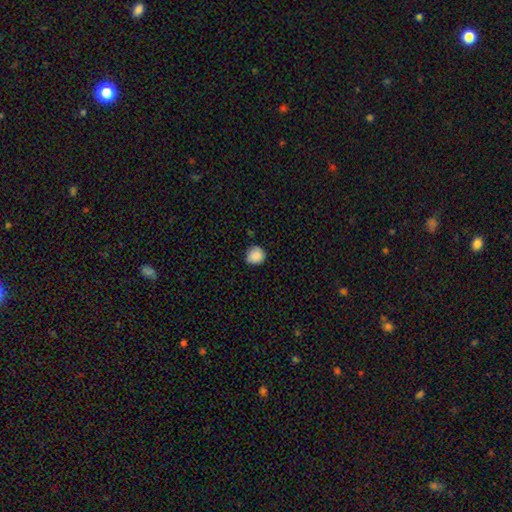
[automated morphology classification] The model was most divided on "merging": none: 76%, minor disturbance: 19%, major disturbance: 3%, merger: 1%. More confident: smooth or featured — smooth (88%); how rounded — round (87%).